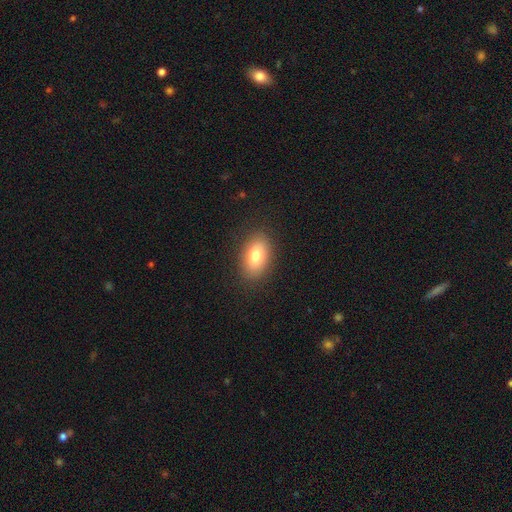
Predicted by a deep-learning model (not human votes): Smooth or featured? Predicted: smooth (p=0.80). How rounded? Predicted: in between (p=0.89). Merging? Predicted: none (p=0.87).